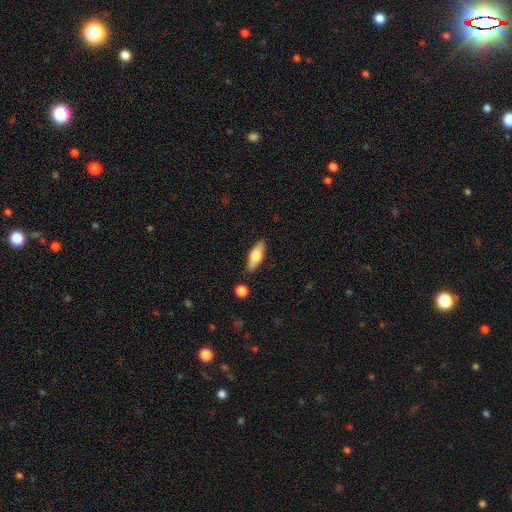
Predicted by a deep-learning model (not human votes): Smooth or featured: smooth — 66% (featured or disk — 28%)
How rounded: in between — 72% (cigar-shaped — 25%)
Merging: none — 85% (minor disturbance — 10%)